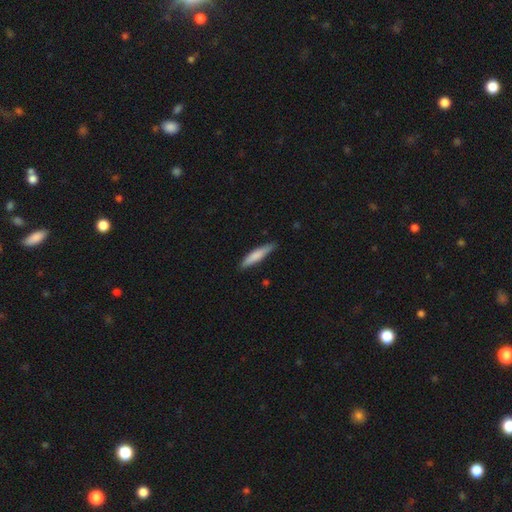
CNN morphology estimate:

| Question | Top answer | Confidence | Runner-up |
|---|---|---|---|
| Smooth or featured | smooth | 77% | featured or disk (18%) |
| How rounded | cigar-shaped | 84% | in between (15%) |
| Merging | none | 82% | minor disturbance (14%) |